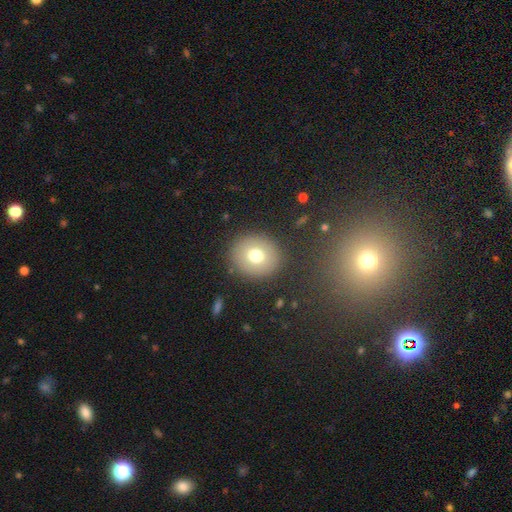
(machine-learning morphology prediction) Q: Smooth or featured?
A: smooth (72%); runner-up: featured or disk (17%)
Q: How rounded?
A: round (83%); runner-up: in between (16%)
Q: Merging?
A: none (88%); runner-up: minor disturbance (7%)